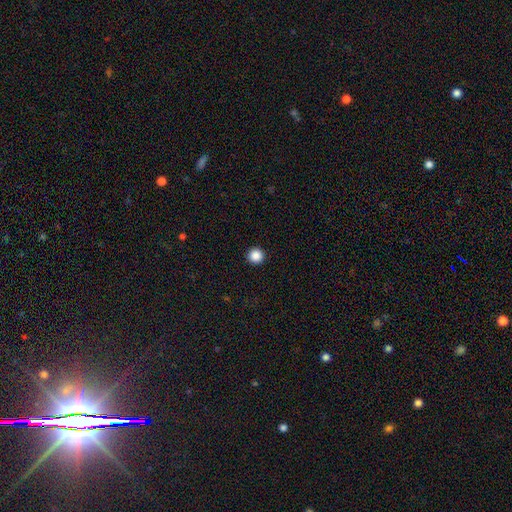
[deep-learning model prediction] Morphology: type=smooth (87%); roundness=round (96%); merging=none (94%).